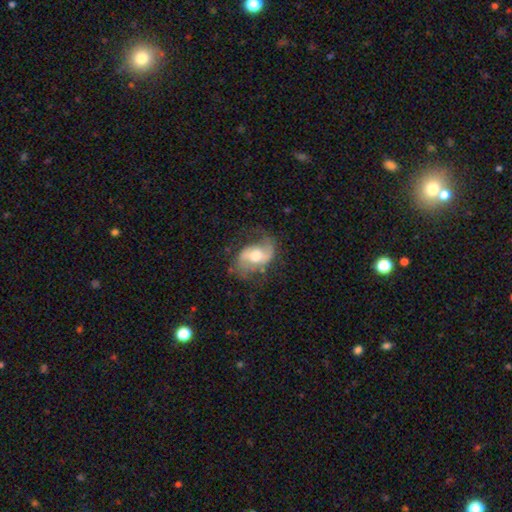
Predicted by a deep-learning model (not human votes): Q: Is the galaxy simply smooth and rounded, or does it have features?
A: featured or disk — 77%.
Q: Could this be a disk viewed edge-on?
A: no — 96%.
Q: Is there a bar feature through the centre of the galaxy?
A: weak — 45%.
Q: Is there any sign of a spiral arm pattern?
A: yes — 91%.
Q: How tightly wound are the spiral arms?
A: loose — 51%.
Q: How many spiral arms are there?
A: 2 — 85%.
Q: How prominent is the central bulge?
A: moderate — 67%.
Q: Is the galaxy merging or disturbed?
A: none — 63%.